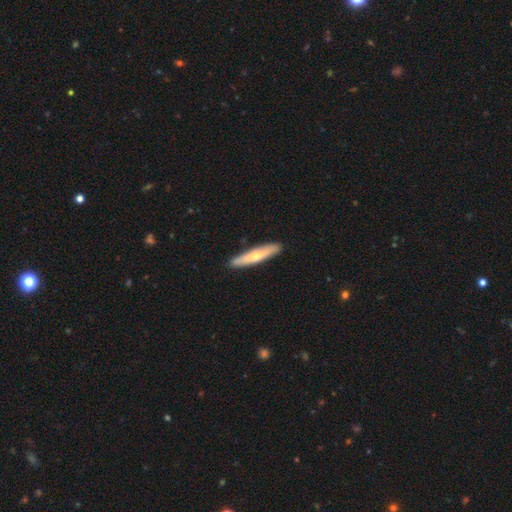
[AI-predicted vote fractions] This appears to be a smooth galaxy with no disk features (48%). Merging: none (90%).